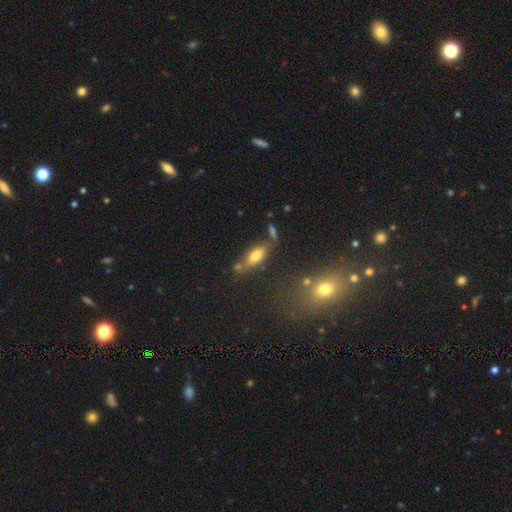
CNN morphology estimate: Smooth or featured?
  - smooth: 65% *
  - featured or disk: 26%
  - star or artifact: 9%
How rounded?
  - in between: 69% *
  - cigar-shaped: 27%
  - round: 3%
Merging?
  - none: 62% *
  - minor disturbance: 17%
  - merger: 15%
  - major disturbance: 6%